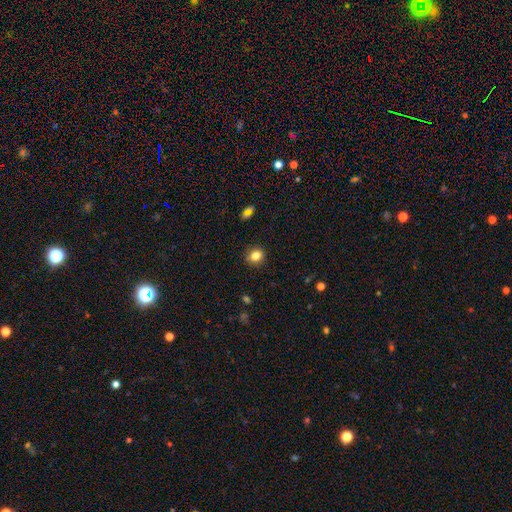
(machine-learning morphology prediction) smooth-or-featured: smooth: 82% | star or artifact: 11% | featured or disk: 7%
  how-rounded: round: 70% | in between: 29% | cigar-shaped: 1%
  merging: none: 88% | minor disturbance: 9% | major disturbance: 2% | merger: 1%